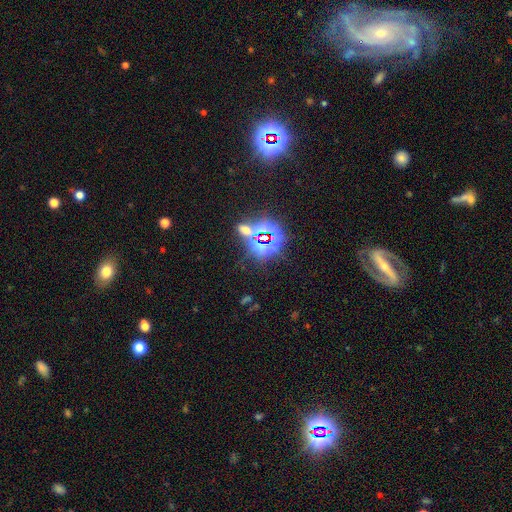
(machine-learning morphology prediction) Smooth or featured: star or artifact — 64% (featured or disk — 20%)